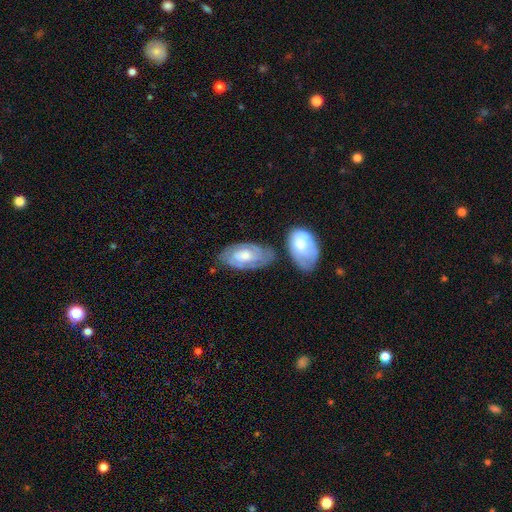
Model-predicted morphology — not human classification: A featured or disk galaxy (42%). Merging: none (61%).